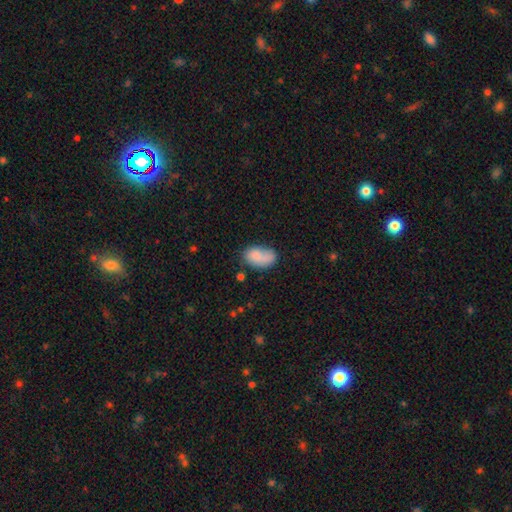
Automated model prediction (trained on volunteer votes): Smooth or featured?
  - smooth: 79% *
  - featured or disk: 14%
  - star or artifact: 7%
How rounded?
  - in between: 91% *
  - round: 7%
  - cigar-shaped: 2%
Merging?
  - none: 51% *
  - minor disturbance: 27%
  - merger: 11%
  - major disturbance: 11%